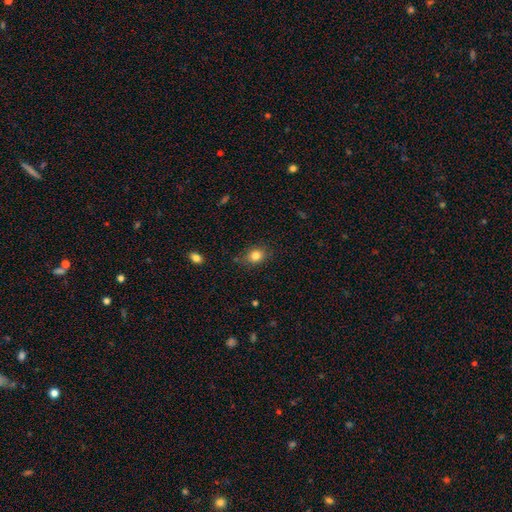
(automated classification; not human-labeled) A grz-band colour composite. It shows a smooth galaxy with no disk features (83%) that is round (58%). Merging: none (78%).